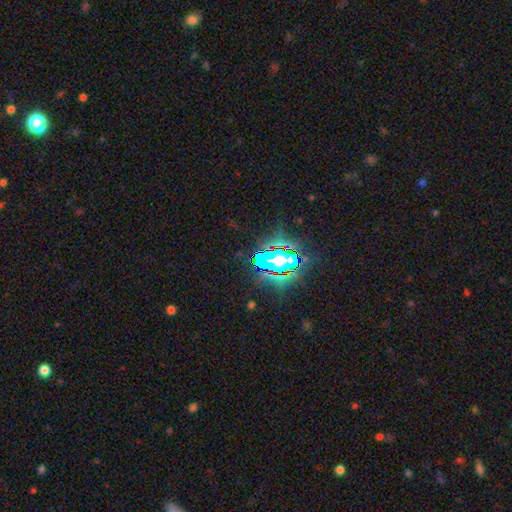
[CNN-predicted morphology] smooth_or_featured: star or artifact (p=0.80) [alt: smooth p=0.12]